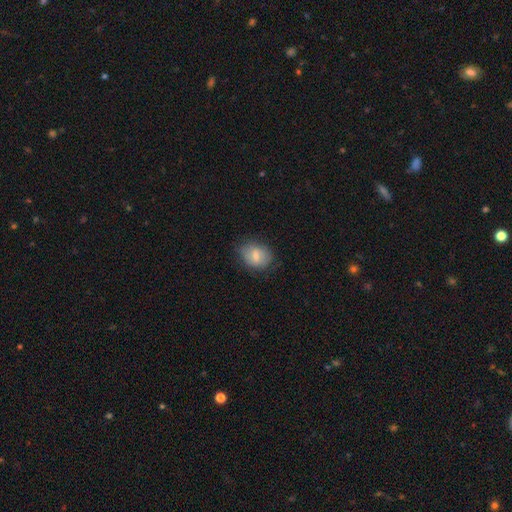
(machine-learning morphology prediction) The model was most divided on "how rounded": in between: 64%, round: 35%, cigar-shaped: 1%. More confident: merging — none (71%); smooth or featured — smooth (70%).